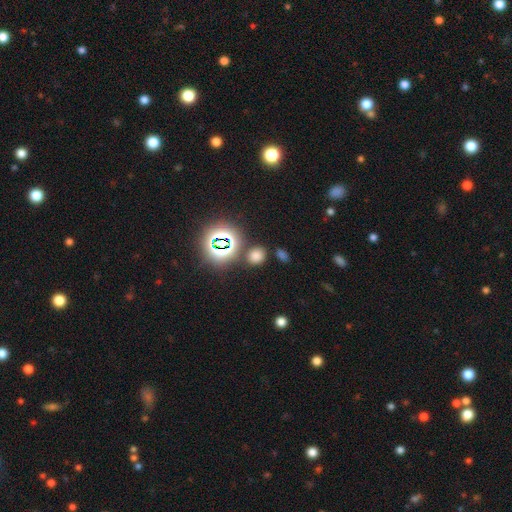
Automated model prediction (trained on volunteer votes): Smooth or featured: smooth — 67% (star or artifact — 28%)
How rounded: round — 54% (in between — 44%)
Merging: none — 80% (minor disturbance — 10%)